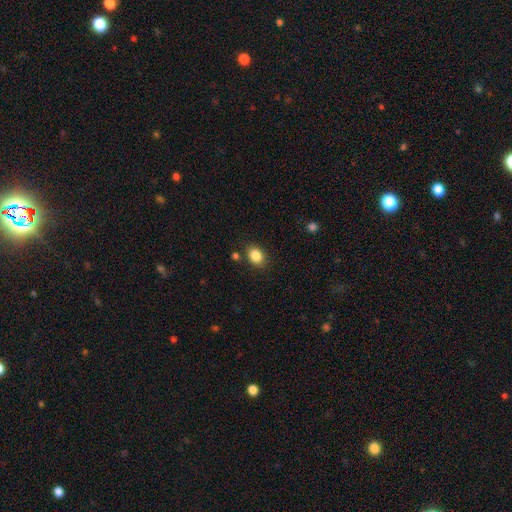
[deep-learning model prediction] Smooth or featured? smooth (86%)
How rounded? in between (62%)
Merging? none (82%)